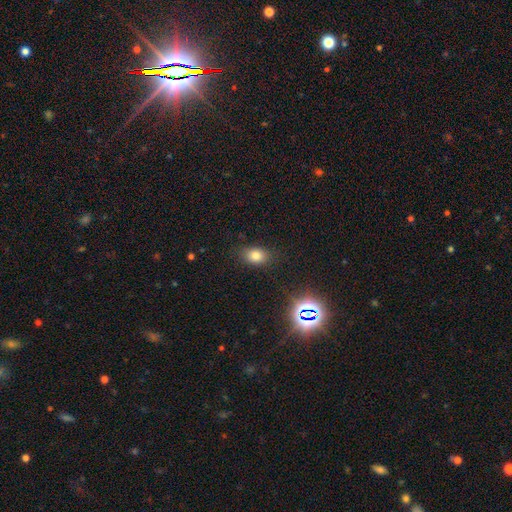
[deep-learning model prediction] This is likely a smooth galaxy (79%). How rounded: likely in between (73%). Merging: clearly none (83%).